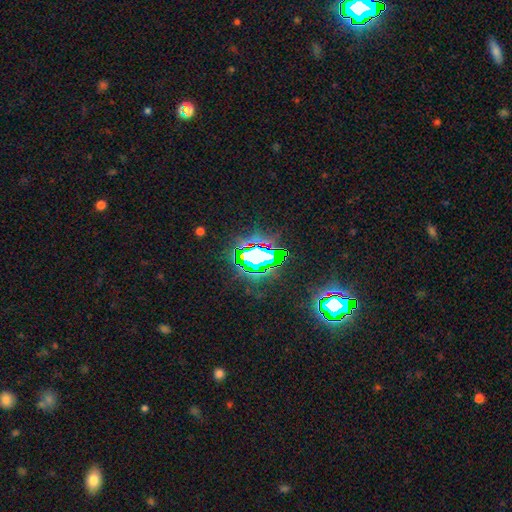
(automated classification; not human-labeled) A star or artifact, not a galaxy (73%).